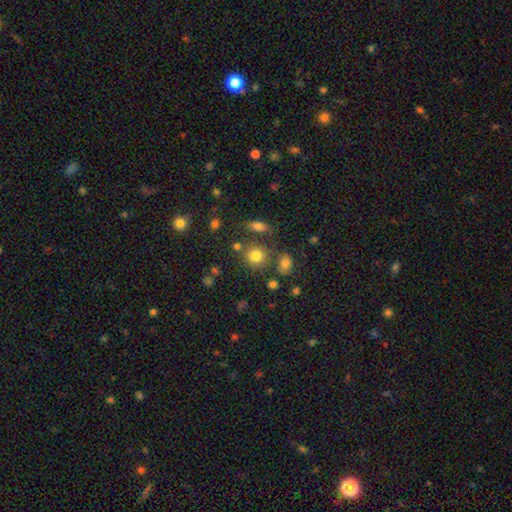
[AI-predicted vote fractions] Morphology: type=smooth (78%); roundness=round (85%); merging=none (72%).